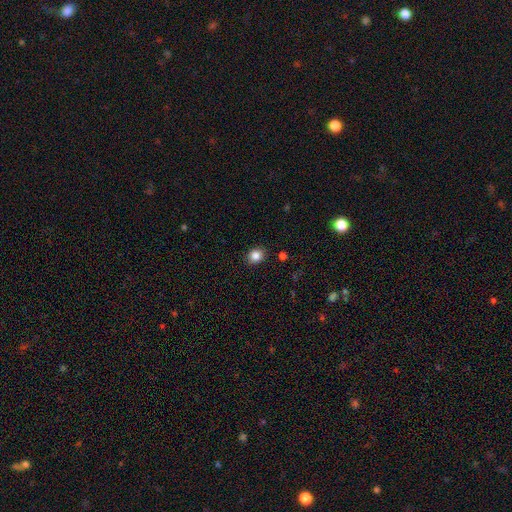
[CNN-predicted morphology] Smooth or featured: smooth — 85% (star or artifact — 11%)
How rounded: round — 66% (in between — 33%)
Merging: none — 88% (minor disturbance — 8%)